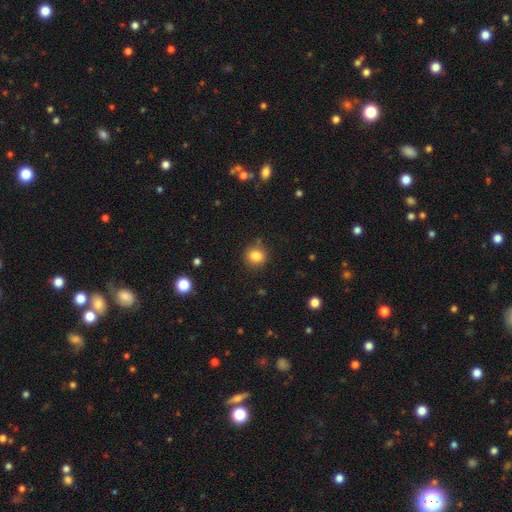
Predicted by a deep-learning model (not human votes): The model was most divided on "how rounded": round: 85%, in between: 14%, cigar-shaped: 1%. More confident: merging — none (84%); smooth or featured — smooth (84%).